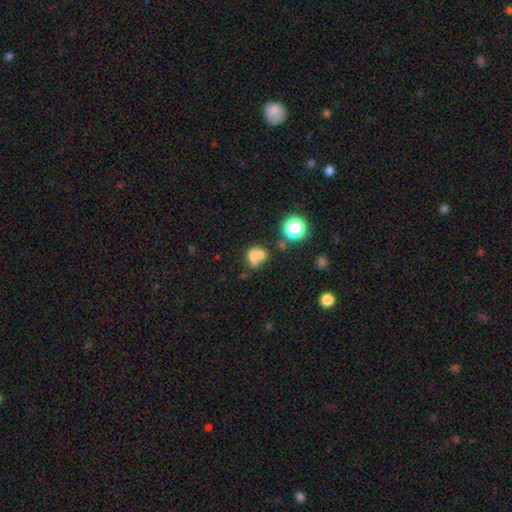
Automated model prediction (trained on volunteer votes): smooth-or-featured: smooth: 64% | featured or disk: 20% | star or artifact: 16%
  how-rounded: round: 51% | in between: 47% | cigar-shaped: 2%
  merging: merger: 57% | none: 26% | minor disturbance: 10% | major disturbance: 7%